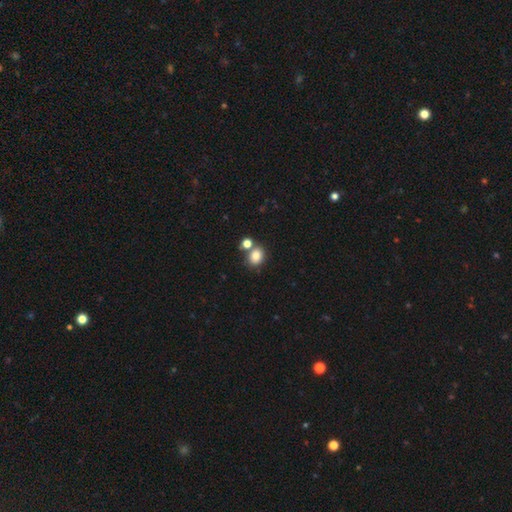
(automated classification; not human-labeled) Smooth or featured? Predicted: smooth (p=0.83). How rounded? Predicted: in between (p=0.54). Merging? Predicted: none (p=0.59).